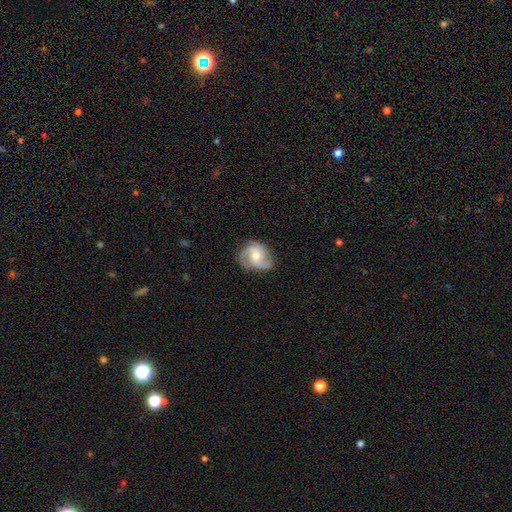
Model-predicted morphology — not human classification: A featured or disk galaxy (82%) with no bar (62%), 3 (57%) medium (52%) spiral arms (96%) and a moderate central bulge (63%).

Vote fractions:
- Smooth or featured? featured or disk: 82% / smooth: 12% / star or artifact: 6%
- Edge-on disk? no: 98% / yes: 2%
- Bar? no: 62% / weak: 31% / strong: 7%
- Spiral arms? yes: 96% / no: 4%
- Spiral winding? medium: 52% / tight: 30% / loose: 18%
- Spiral arm count? 3: 57% / 2: 27% / can't tell: 6% / 4: 4% / 1: 3% / more than 4: 3%
- Bulge size? moderate: 63% / small: 32% / large: 3% / none: 1% / dominant: 1%
- Merging? none: 73% / minor disturbance: 19% / major disturbance: 7% / merger: 1%